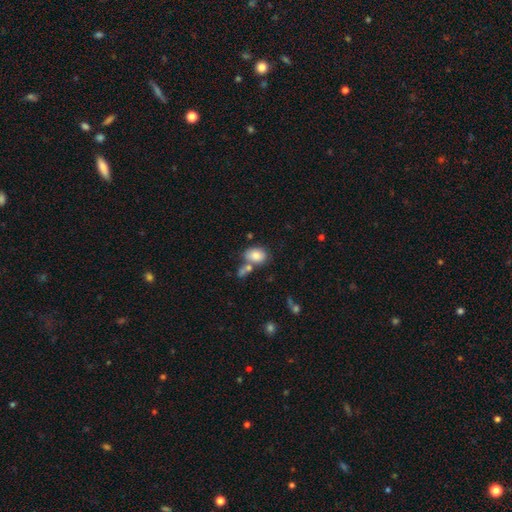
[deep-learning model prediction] Smooth or featured? Predicted: smooth (p=0.82). How rounded? Predicted: in between (p=0.77). Merging? Predicted: none (p=0.52).